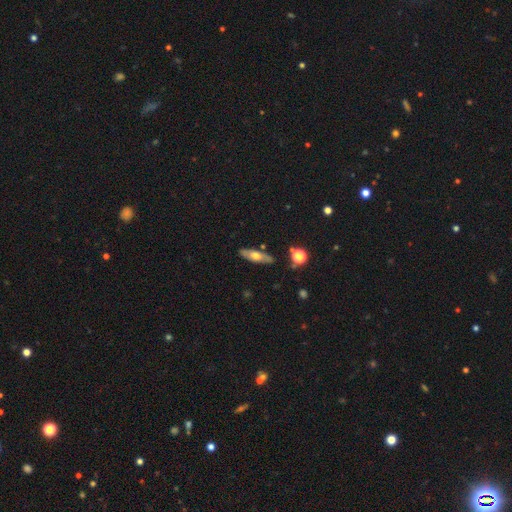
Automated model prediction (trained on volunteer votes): A smooth galaxy with no disk features (48%). Merging: none (83%).